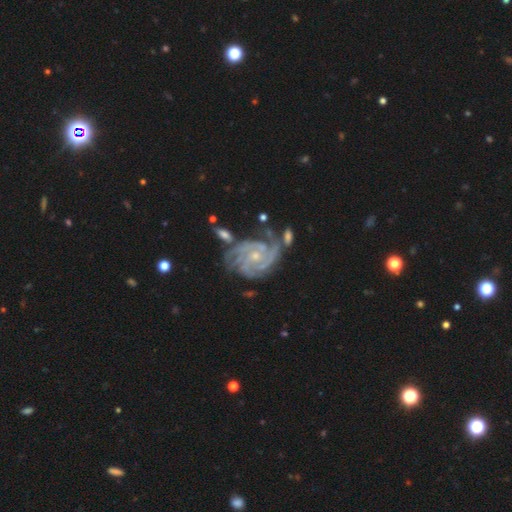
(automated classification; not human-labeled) Smooth or featured? featured or disk (92%)
Edge-on disk? no (98%)
Bar? no (66%)
Spiral arms? yes (98%)
Spiral winding? tight (71%)
Spiral arm count? 3 (31%)
Bulge size? small (68%)
Merging? none (50%)